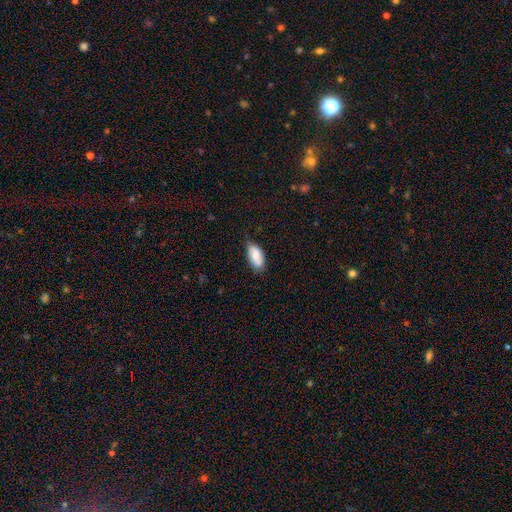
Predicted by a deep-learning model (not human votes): This is likely a smooth galaxy (79%). How rounded: clearly in between (91%). Merging: likely none (61%).